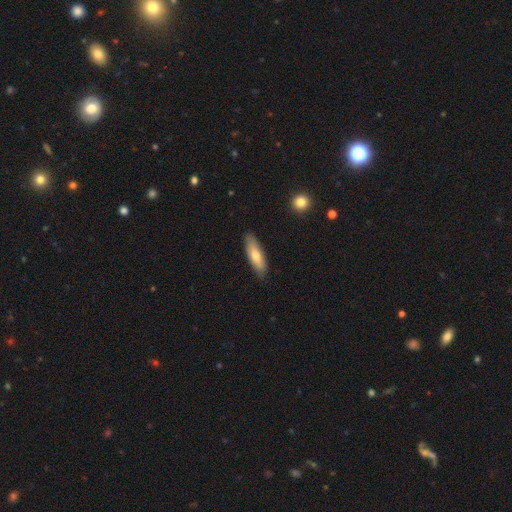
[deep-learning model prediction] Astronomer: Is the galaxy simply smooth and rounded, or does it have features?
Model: smooth — 70%.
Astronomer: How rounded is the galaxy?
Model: cigar-shaped — 51% (runner-up: in between, 47%).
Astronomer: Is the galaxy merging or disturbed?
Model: none — 86%.